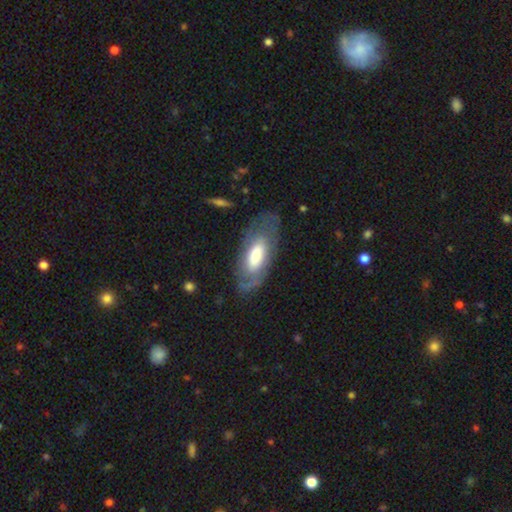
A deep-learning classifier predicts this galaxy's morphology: Smooth or featured?
  - smooth: 47% * (tied)
  - featured or disk: 47% * (tied)
  - star or artifact: 6%
Merging?
  - none: 67% *
  - minor disturbance: 20%
  - major disturbance: 12%
  - merger: 2%